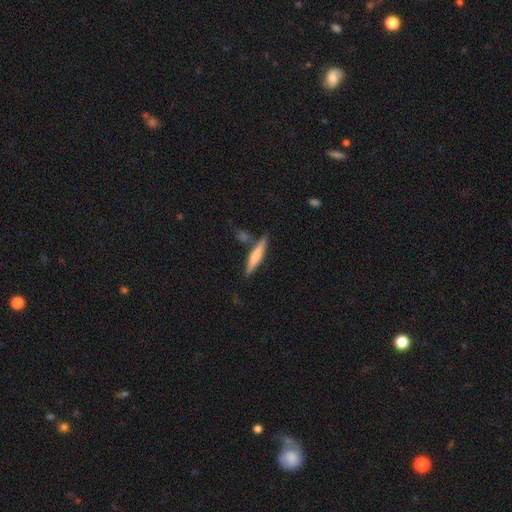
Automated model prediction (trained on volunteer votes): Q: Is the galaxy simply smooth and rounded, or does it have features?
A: smooth — 61%.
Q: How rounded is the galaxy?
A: cigar-shaped — 87%.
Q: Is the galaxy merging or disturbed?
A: none — 74%.